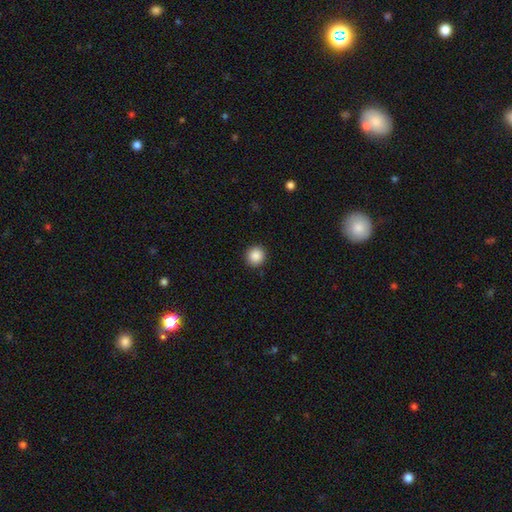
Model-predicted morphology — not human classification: smooth_or_featured: smooth (p=0.88) [alt: star or artifact p=0.09]
how_rounded: round (p=0.93) [alt: in between p=0.06]
merging: none (p=0.92) [alt: minor disturbance p=0.05]